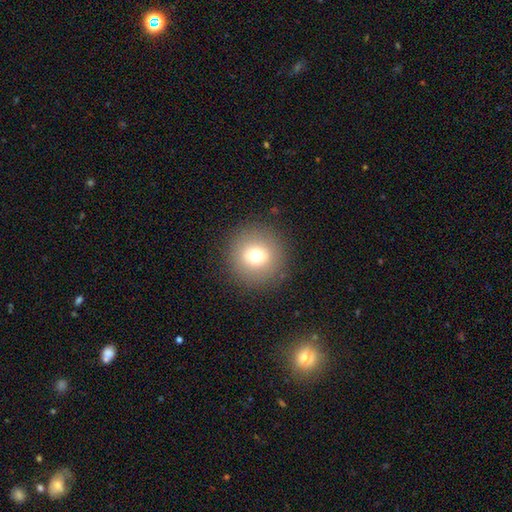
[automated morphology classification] Smooth or featured: smooth — 73% (star or artifact — 14%)
How rounded: round — 96% (in between — 3%)
Merging: none — 90% (minor disturbance — 6%)